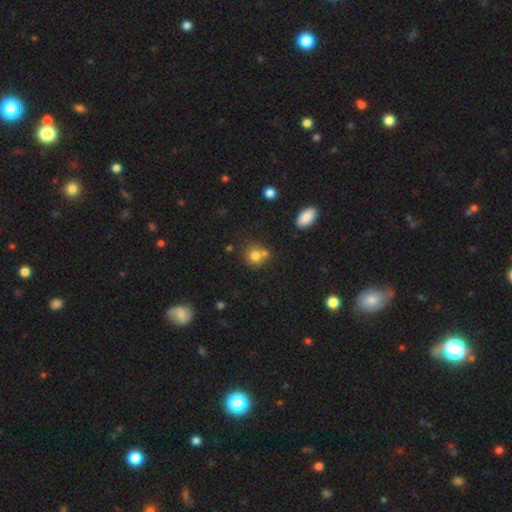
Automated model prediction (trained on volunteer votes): A smooth galaxy with no disk features (75%) that is round (81%).

Vote fractions:
- Smooth or featured? smooth: 75% / star or artifact: 13% / featured or disk: 12%
- How rounded? round: 81% / in between: 18% / cigar-shaped: 1%
- Merging? none: 53% / merger: 32% / minor disturbance: 11% / major disturbance: 4%